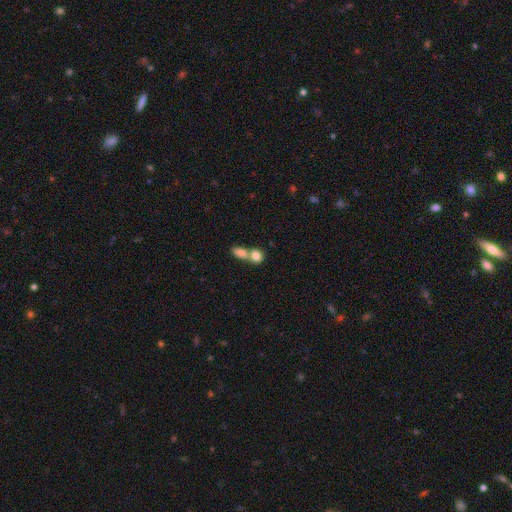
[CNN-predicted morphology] A smooth galaxy with no disk features (80%) that is in between round and cigar-shaped (53%). Merging: merger (67%).